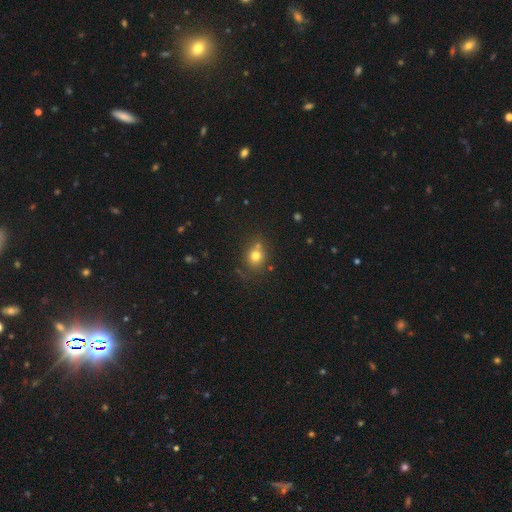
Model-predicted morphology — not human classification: smooth_or_featured: smooth (p=0.75) [alt: star or artifact p=0.14]
how_rounded: round (p=0.70) [alt: in between p=0.29]
merging: none (p=0.68) [alt: minor disturbance p=0.14]